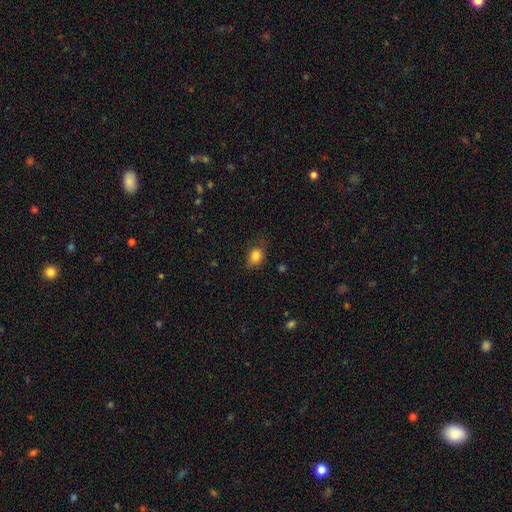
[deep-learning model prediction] smooth 83%, star or artifact 10%, featured or disk 7%. Down the decision tree: how rounded — in between (57%); merging — none (71%).